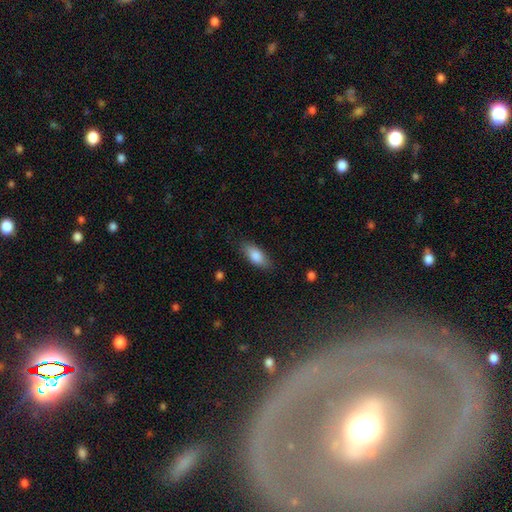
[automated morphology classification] A smooth galaxy with no disk features (83%) that is in between round and cigar-shaped (82%).

Vote fractions:
- Smooth or featured? smooth: 83% / featured or disk: 10% / star or artifact: 7%
- How rounded? in between: 82% / cigar-shaped: 15% / round: 2%
- Merging? none: 82% / minor disturbance: 14% / major disturbance: 3% / merger: 1%